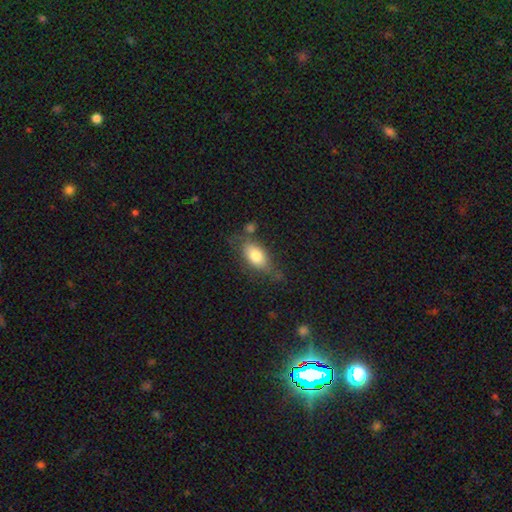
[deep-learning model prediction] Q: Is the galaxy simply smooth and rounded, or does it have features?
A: smooth — 75%.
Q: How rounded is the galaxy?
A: in between — 87%.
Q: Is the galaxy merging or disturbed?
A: none — 58%.